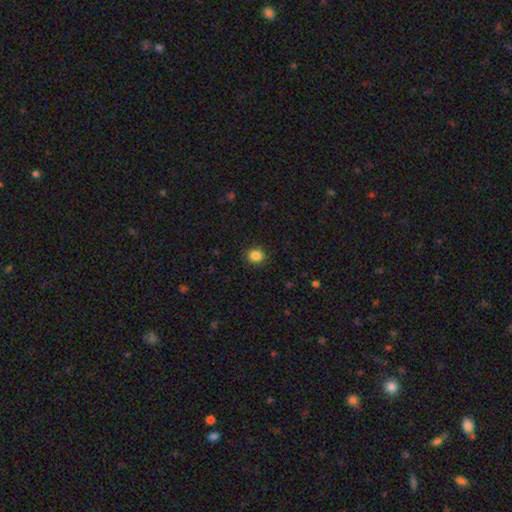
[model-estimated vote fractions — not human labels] Overall: smooth (86%). How rounded: round (71%). Merging: none (89%).